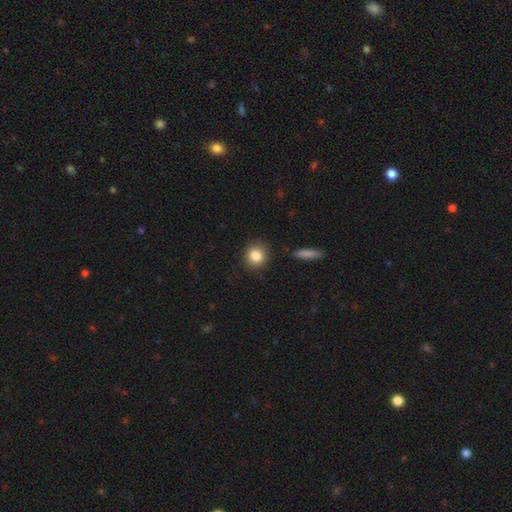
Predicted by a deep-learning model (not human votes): The model was most divided on "how rounded": round: 87%, in between: 12%, cigar-shaped: 1%. More confident: merging — none (88%); smooth or featured — smooth (85%).